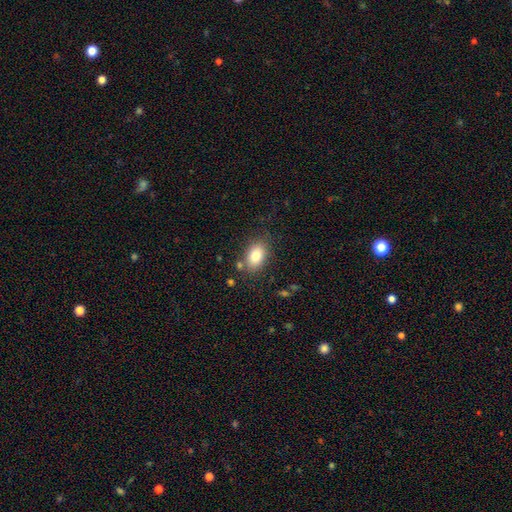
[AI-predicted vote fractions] This is clearly a smooth galaxy (81%). How rounded: clearly in between (86%). Merging: likely none (78%).